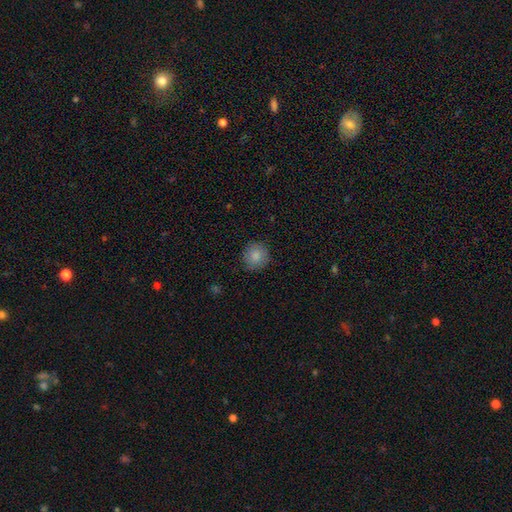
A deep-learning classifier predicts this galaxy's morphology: This is clearly a smooth galaxy (85%). How rounded: clearly round (91%). Merging: clearly none (86%).